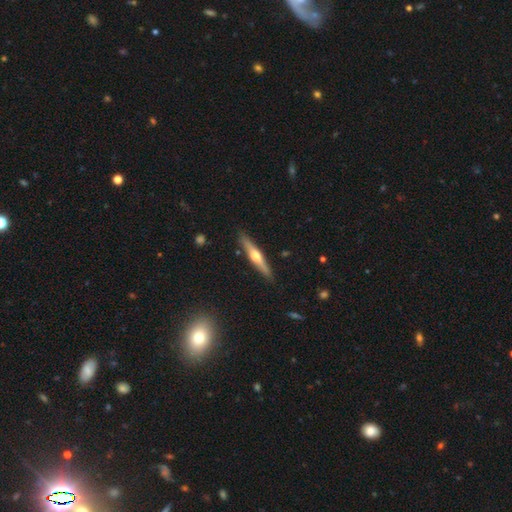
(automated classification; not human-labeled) Smooth or featured? featured or disk (63%)
Edge-on disk? yes (96%)
Edge-on bulge? rounded (91%)
Merging? none (89%)